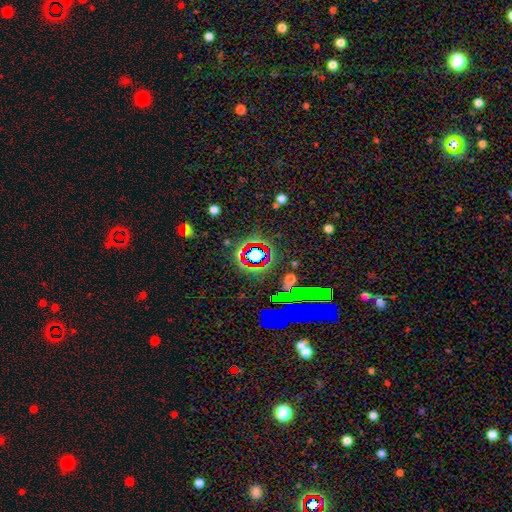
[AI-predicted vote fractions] The model was most divided on "smooth or featured": star or artifact: 52%, smooth: 25%, featured or disk: 23%.